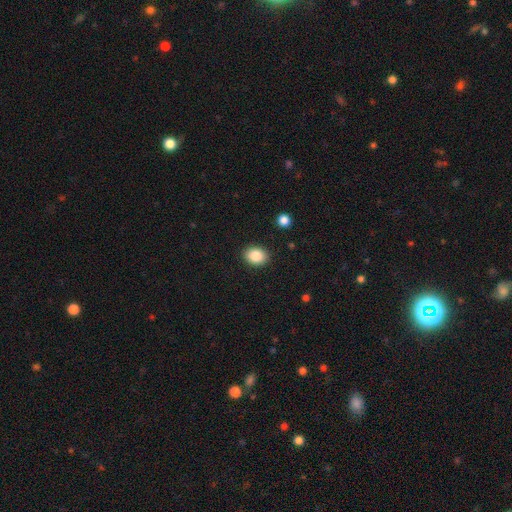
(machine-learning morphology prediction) Smooth or featured? Predicted: smooth (p=0.86). How rounded? Predicted: in between (p=0.61). Merging? Predicted: none (p=0.90).